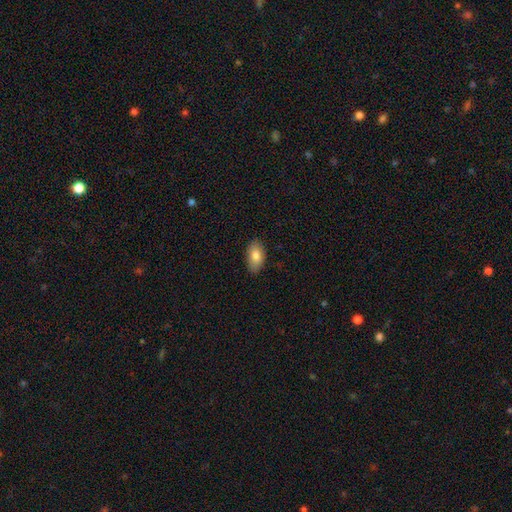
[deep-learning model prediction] Smooth or featured? smooth (83%)
How rounded? in between (94%)
Merging? none (86%)